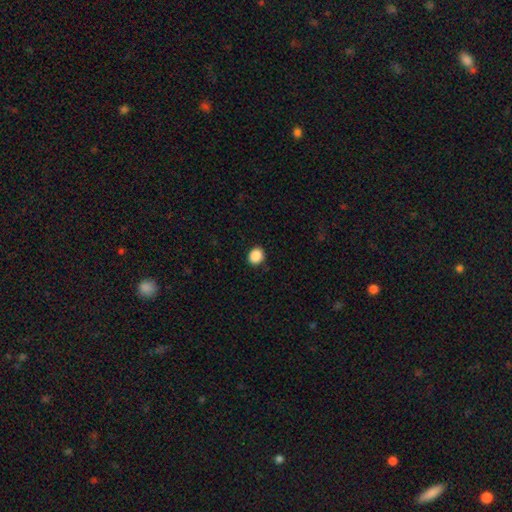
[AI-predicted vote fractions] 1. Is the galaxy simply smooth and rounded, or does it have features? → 89% smooth, 9% star or artifact, 2% featured or disk.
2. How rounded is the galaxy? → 70% round, 29% in between, 1% cigar-shaped.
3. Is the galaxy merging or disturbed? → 90% none, 7% minor disturbance, 2% major disturbance, 1% merger.